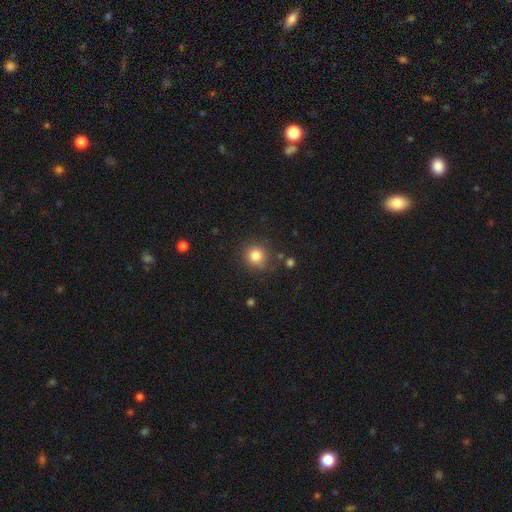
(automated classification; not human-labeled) Smooth or featured?
  - smooth: 82% *
  - star or artifact: 12%
  - featured or disk: 6%
How rounded?
  - round: 90% *
  - in between: 9%
  - cigar-shaped: 1%
Merging?
  - none: 81% *
  - minor disturbance: 12%
  - major disturbance: 4%
  - merger: 3%